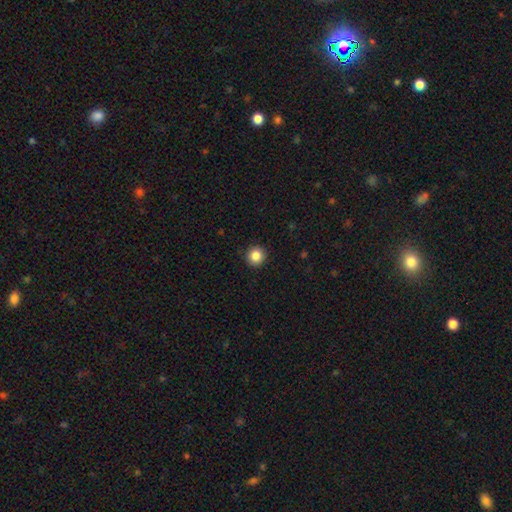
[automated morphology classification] Smooth or featured: smooth — 86% (star or artifact — 10%)
How rounded: round — 94% (in between — 5%)
Merging: none — 93% (minor disturbance — 5%)